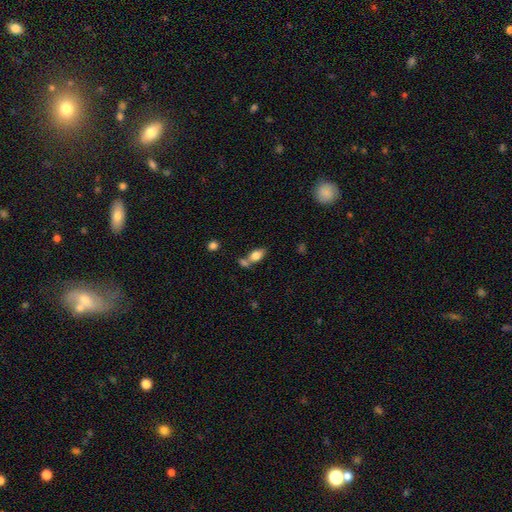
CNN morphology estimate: A smooth galaxy with no disk features (79%) that is in between round and cigar-shaped (85%). Merging: none (46%).